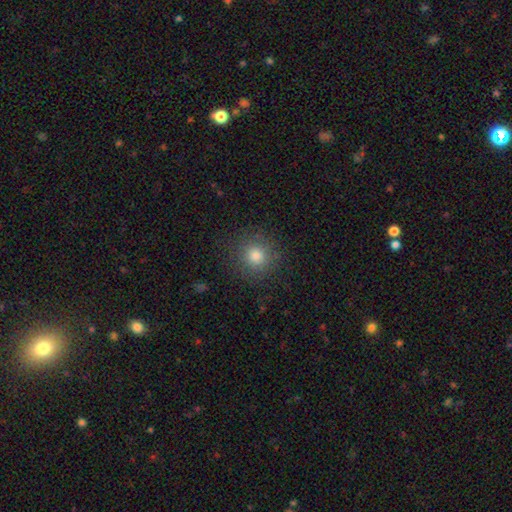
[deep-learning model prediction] smooth 79%, star or artifact 14%, featured or disk 7%. Down the decision tree: how rounded — round (93%); merging — none (88%).